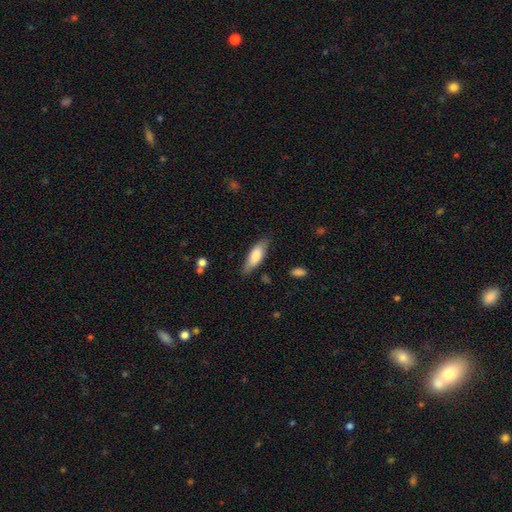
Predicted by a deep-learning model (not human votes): Morphology: type=smooth (77%); roundness=in between (61%); merging=none (75%).